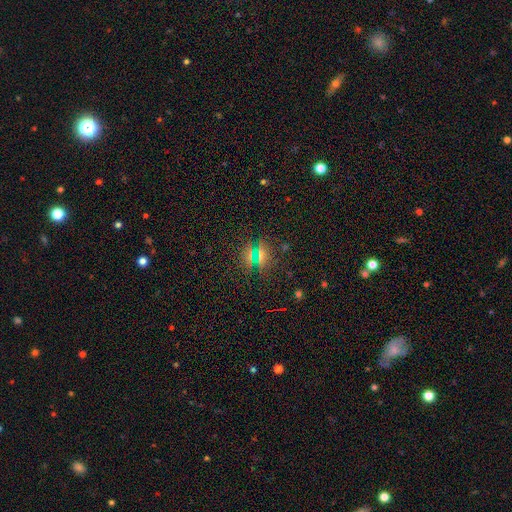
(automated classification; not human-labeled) Overall: smooth (50%; star or artifact 38%). How rounded: round (59%; in between 32%). Merging: none (76%).